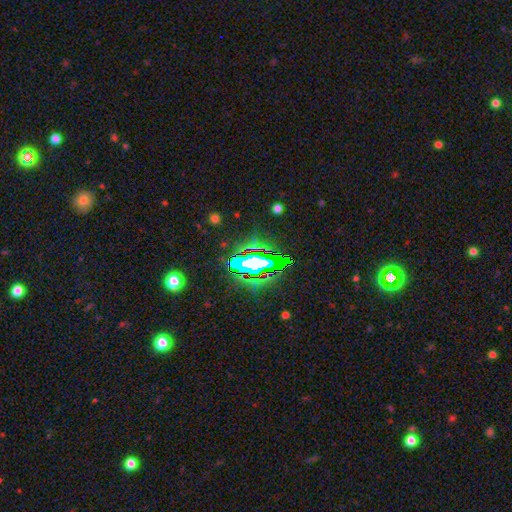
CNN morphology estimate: Smooth or featured?
  - star or artifact: 61% *
  - smooth: 21%
  - featured or disk: 18%